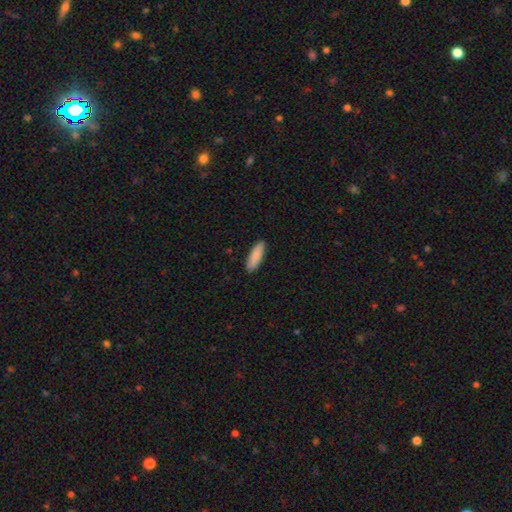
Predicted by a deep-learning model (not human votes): This is clearly a smooth galaxy (88%). How rounded: possibly cigar-shaped (49%, tied with in between). Merging: clearly none (89%).